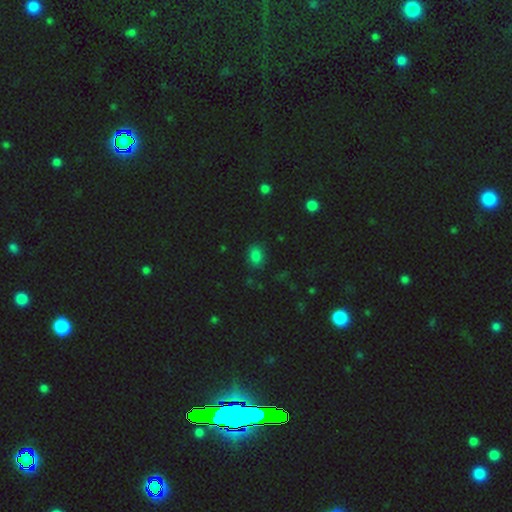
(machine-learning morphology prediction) Smooth or featured? smooth (79%)
How rounded? in between (73%)
Merging? none (83%)